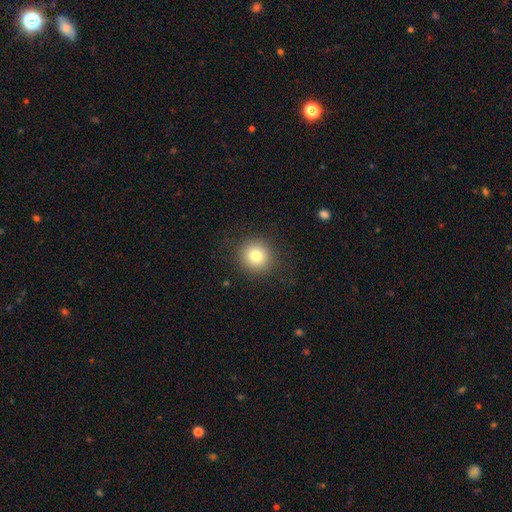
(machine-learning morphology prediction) type=smooth (79%); roundness=round (92%); merging=none (89%).